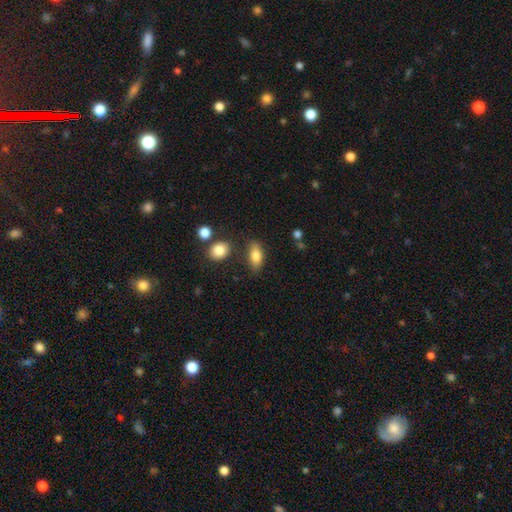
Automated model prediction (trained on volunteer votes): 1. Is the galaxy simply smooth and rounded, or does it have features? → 79% smooth, 13% featured or disk, 8% star or artifact.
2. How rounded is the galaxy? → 83% in between, 10% cigar-shaped, 6% round.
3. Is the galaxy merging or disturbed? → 76% none, 15% minor disturbance, 5% merger, 4% major disturbance.